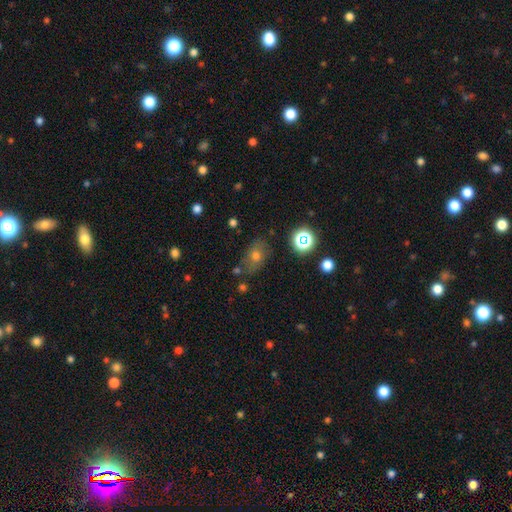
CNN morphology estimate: Smooth or featured? Predicted: smooth (p=0.62). How rounded? Predicted: in between (p=0.72). Merging? Predicted: none (p=0.71).